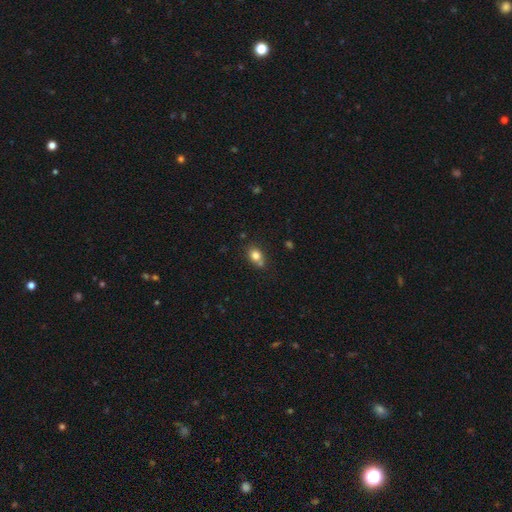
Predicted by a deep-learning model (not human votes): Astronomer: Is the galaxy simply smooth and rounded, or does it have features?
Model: smooth — 80%.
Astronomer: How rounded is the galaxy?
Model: in between — 58% (runner-up: round, 41%).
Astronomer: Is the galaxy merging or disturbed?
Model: none — 61%.